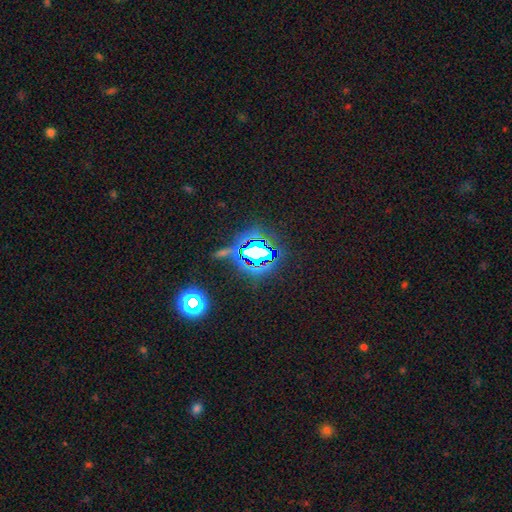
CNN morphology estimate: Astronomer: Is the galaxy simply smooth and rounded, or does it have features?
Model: star or artifact — 70%.